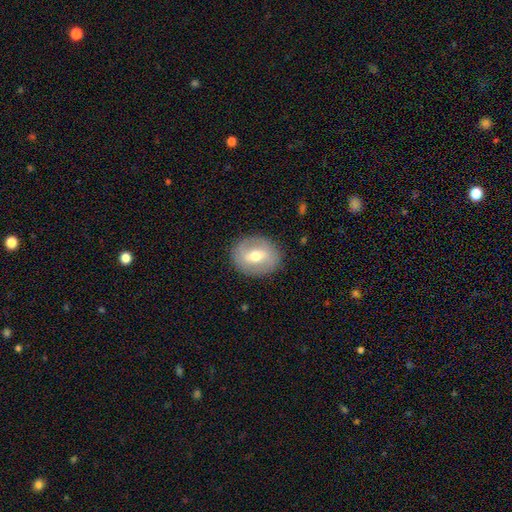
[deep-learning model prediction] The model was most divided on "smooth or featured": featured or disk: 50%, smooth: 43%, star or artifact: 7%. More confident: edge-on disk — no (92%); merging — none (86%).